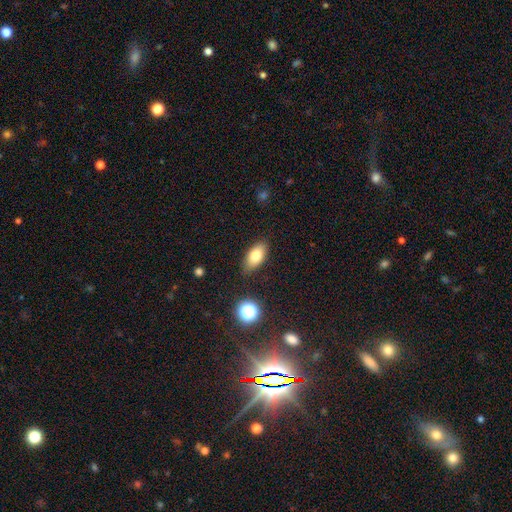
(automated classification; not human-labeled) smooth_or_featured: smooth (p=0.77) [alt: featured or disk p=0.15]
how_rounded: in between (p=0.87) [alt: cigar-shaped p=0.08]
merging: none (p=0.84) [alt: minor disturbance p=0.12]